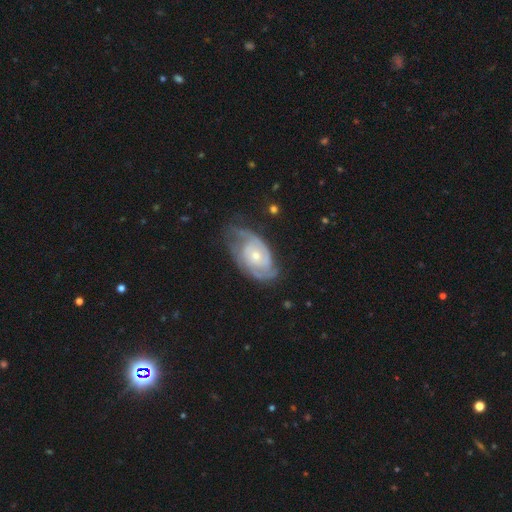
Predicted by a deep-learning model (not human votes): Smooth or featured: featured or disk — 85% (smooth — 10%)
Edge-on disk: no — 96% (yes — 4%)
Bar: no — 73% (weak — 23%)
Spiral arms: yes — 94% (no — 6%)
Spiral winding: tight — 60% (medium — 31%)
Spiral arm count: 2 — 55% (can't tell — 22%)
Bulge size: small — 53% (moderate — 43%)
Merging: none — 60% (minor disturbance — 26%)